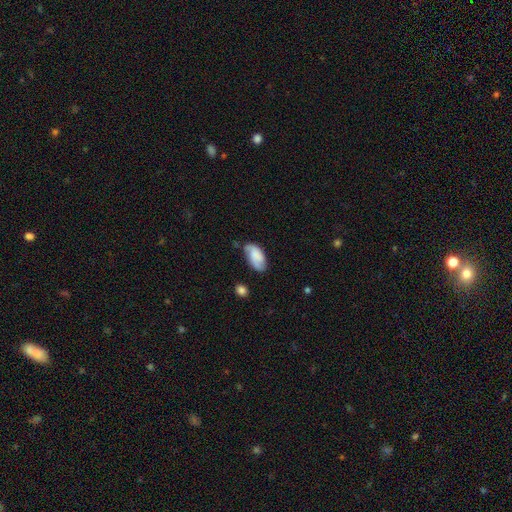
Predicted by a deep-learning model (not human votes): Q: Smooth or featured?
A: smooth (55%); runner-up: featured or disk (37%)
Q: How rounded?
A: in between (93%); runner-up: cigar-shaped (4%)
Q: Merging?
A: none (60%); runner-up: minor disturbance (29%)